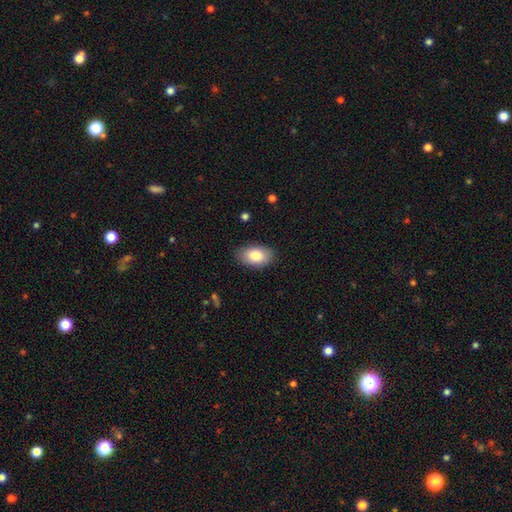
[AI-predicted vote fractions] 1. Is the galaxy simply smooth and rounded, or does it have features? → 86% smooth, 8% featured or disk, 6% star or artifact.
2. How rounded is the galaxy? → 93% in between, 5% round, 1% cigar-shaped.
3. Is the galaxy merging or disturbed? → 86% none, 11% minor disturbance, 3% major disturbance, 1% merger.